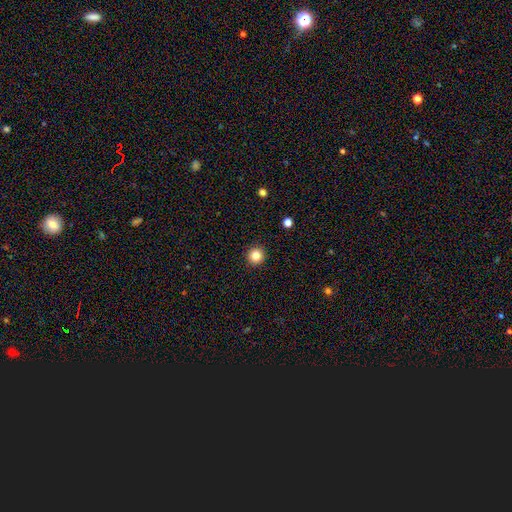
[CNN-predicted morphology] Q: Smooth or featured?
A: smooth (84%); runner-up: star or artifact (11%)
Q: How rounded?
A: round (95%); runner-up: in between (4%)
Q: Merging?
A: none (93%); runner-up: minor disturbance (4%)